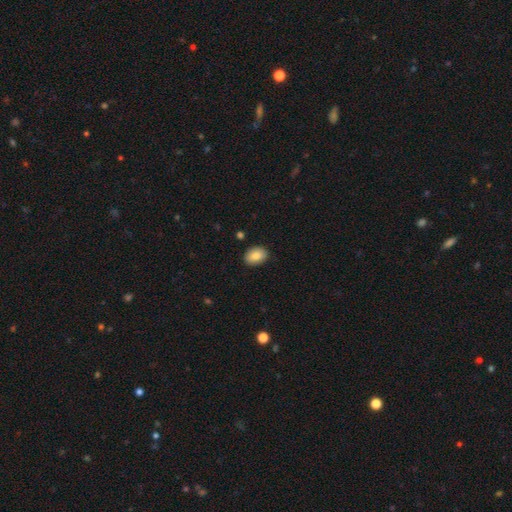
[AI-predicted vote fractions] Smooth or featured?
  - smooth: 84% *
  - featured or disk: 8%
  - star or artifact: 8%
How rounded?
  - in between: 77% *
  - round: 22%
  - cigar-shaped: 1%
Merging?
  - none: 88% *
  - minor disturbance: 9%
  - major disturbance: 2%
  - merger: 1%